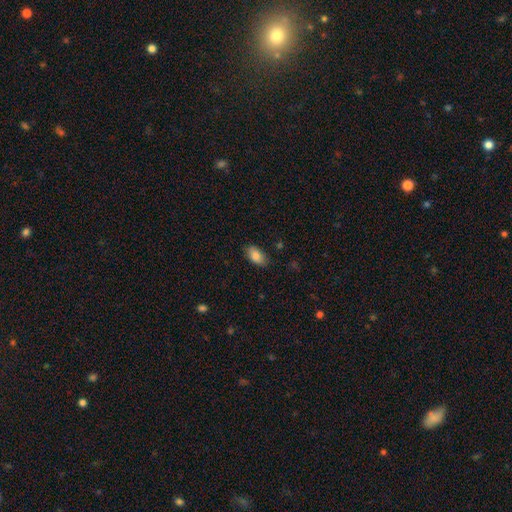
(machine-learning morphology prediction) The model was most divided on "merging": none: 83%, minor disturbance: 14%, major disturbance: 3%, merger: 1%. More confident: how rounded — in between (93%); smooth or featured — smooth (84%).